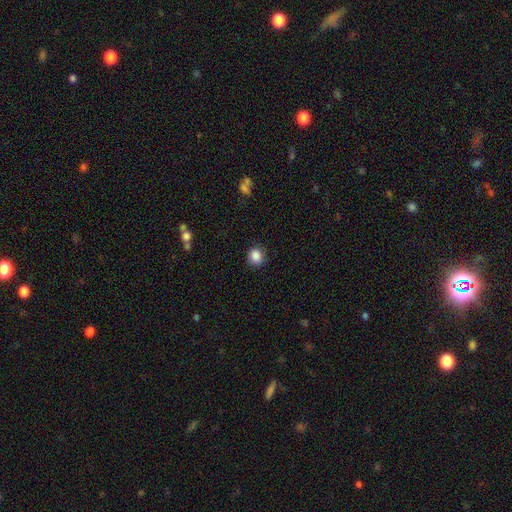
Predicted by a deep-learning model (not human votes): Overall: smooth (87%). How rounded: round (80%). Merging: none (86%).